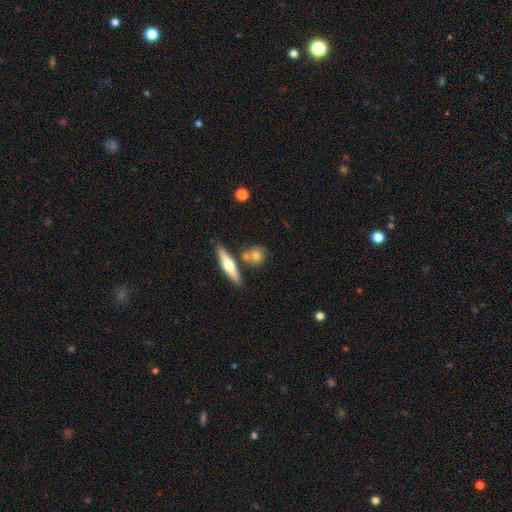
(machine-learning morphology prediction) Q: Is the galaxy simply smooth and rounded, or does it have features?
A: smooth — 67%.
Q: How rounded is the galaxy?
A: round — 66%.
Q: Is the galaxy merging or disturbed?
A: none — 68%.